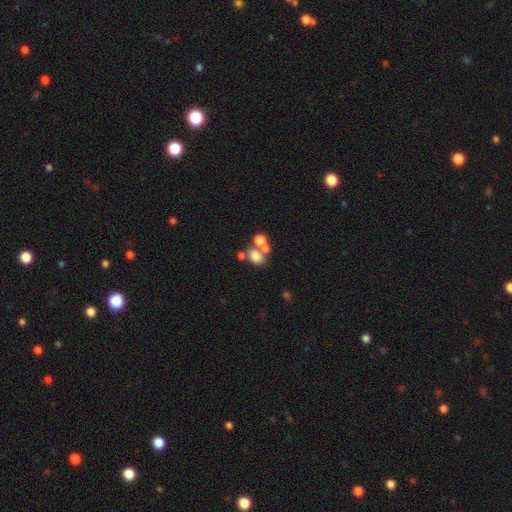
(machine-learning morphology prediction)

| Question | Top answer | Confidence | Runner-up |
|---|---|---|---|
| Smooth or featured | smooth | 69% | featured or disk (16%) |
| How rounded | in between | 53% | round (45%) |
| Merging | merger | 44% | none (40%) |